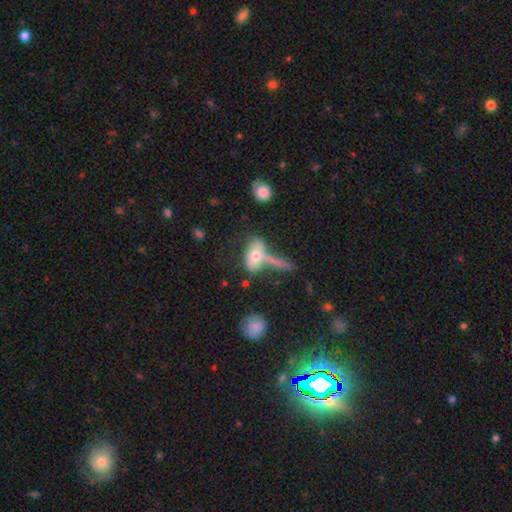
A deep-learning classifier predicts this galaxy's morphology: type=star or artifact (43%).